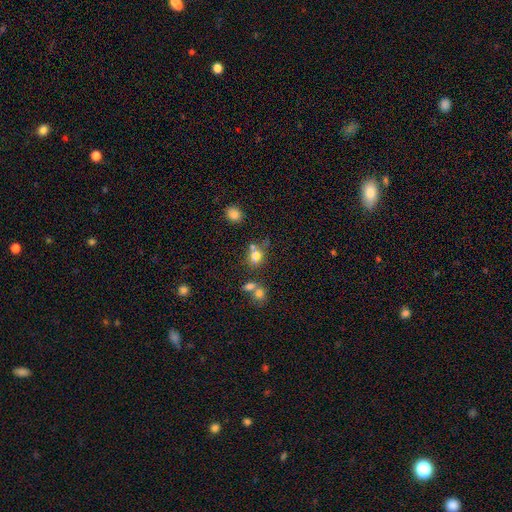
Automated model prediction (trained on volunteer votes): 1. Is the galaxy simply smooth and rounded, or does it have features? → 74% smooth, 14% star or artifact, 12% featured or disk.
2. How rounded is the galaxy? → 61% round, 38% in between, 1% cigar-shaped.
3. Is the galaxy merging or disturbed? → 47% none, 33% merger, 13% minor disturbance, 6% major disturbance.